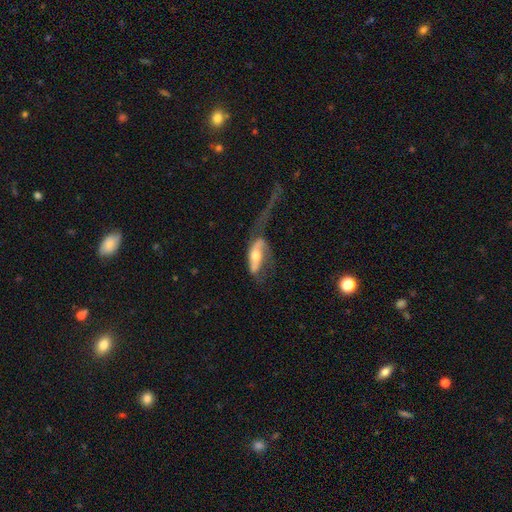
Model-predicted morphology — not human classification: This is likely a featured or disk galaxy (61%). It is likely not viewed edge-on (78%). Merging: possibly major disturbance (48%).